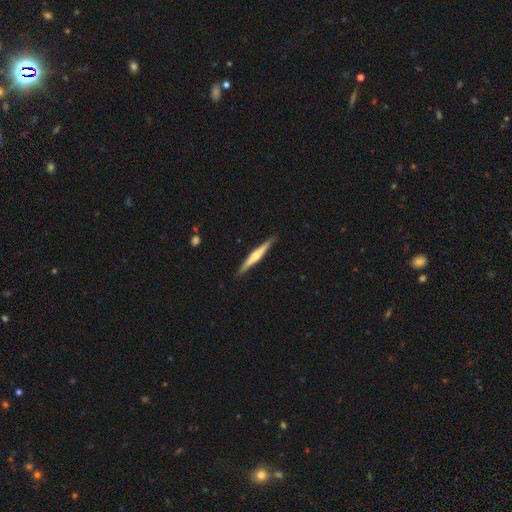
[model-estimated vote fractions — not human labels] smooth_or_featured: featured or disk (p=0.67) [alt: smooth p=0.28]
disk_edge_on: yes (p=0.98) [alt: no p=0.02]
edge_on_bulge: rounded (p=0.85) [alt: none p=0.09]
merging: none (p=0.91) [alt: minor disturbance p=0.07]